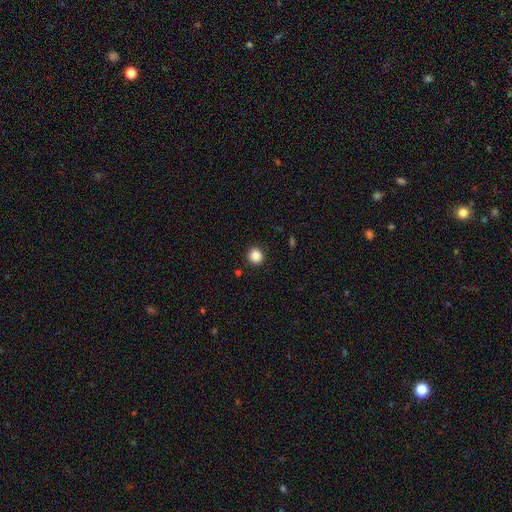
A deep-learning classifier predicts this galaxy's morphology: A smooth galaxy with no disk features (87%) that is round (93%).

Vote fractions:
- Smooth or featured? smooth: 87% / star or artifact: 10% / featured or disk: 3%
- How rounded? round: 93% / in between: 6% / cigar-shaped: 1%
- Merging? none: 92% / minor disturbance: 5% / major disturbance: 2% / merger: 1%